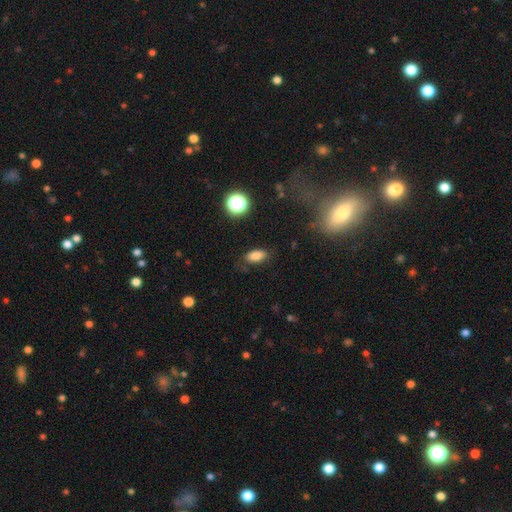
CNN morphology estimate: This appears to be a smooth galaxy with no disk features (82%) that is in between round and cigar-shaped (87%). Merging: none (80%).